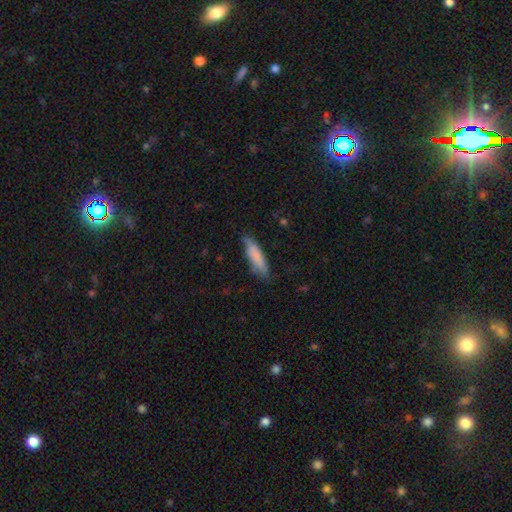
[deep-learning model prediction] This appears to be a smooth galaxy with no disk features (80%) that is cigar-shaped (69%). Merging: none (70%).